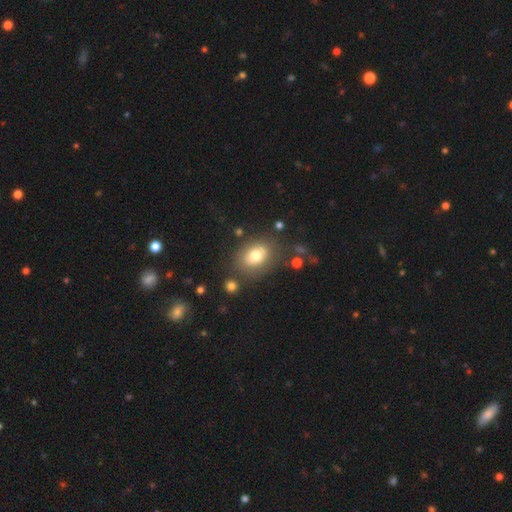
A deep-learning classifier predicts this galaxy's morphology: Q: Smooth or featured?
A: smooth (73%); runner-up: featured or disk (17%)
Q: How rounded?
A: in between (72%); runner-up: round (27%)
Q: Merging?
A: none (73%); runner-up: minor disturbance (14%)